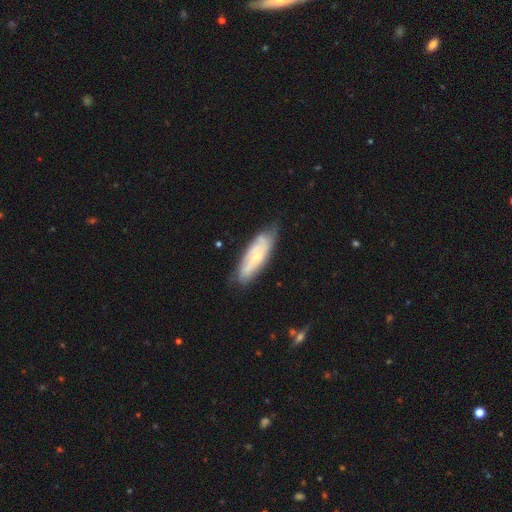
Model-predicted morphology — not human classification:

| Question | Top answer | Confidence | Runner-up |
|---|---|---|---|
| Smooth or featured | featured or disk | 55% | smooth (39%) |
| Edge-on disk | no | 74% | yes (26%) |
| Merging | none | 69% | minor disturbance (24%) |